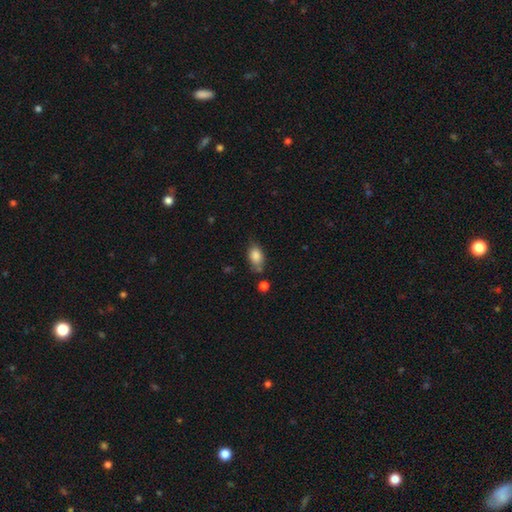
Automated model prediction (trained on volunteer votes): smooth 85%, star or artifact 8%, featured or disk 7%. Down the decision tree: how rounded — in between (85%); merging — none (64%).